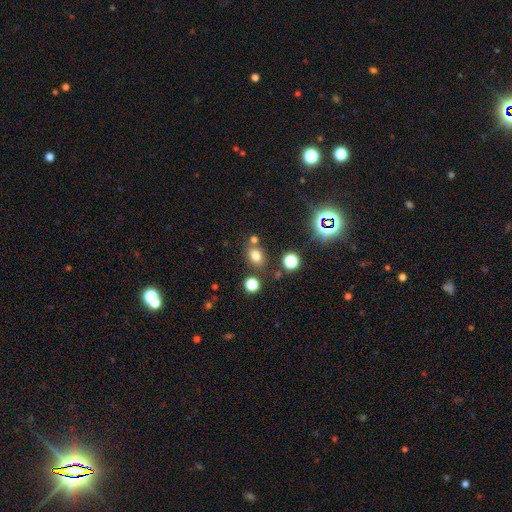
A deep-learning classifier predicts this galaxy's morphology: Smooth or featured? Predicted: smooth (p=0.75). How rounded? Predicted: in between (p=0.63). Merging? Predicted: none (p=0.72).